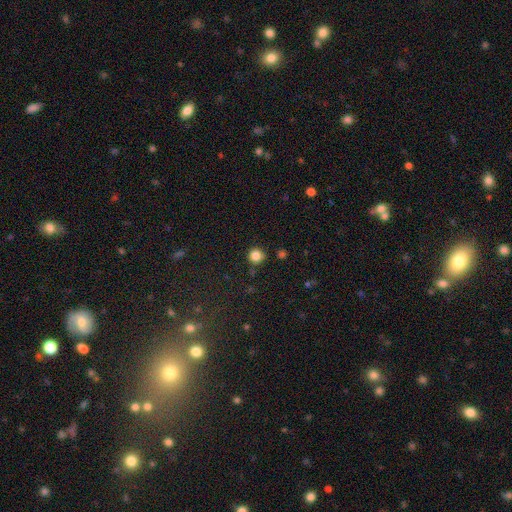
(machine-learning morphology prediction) Smooth or featured? smooth (84%)
How rounded? round (93%)
Merging? none (87%)